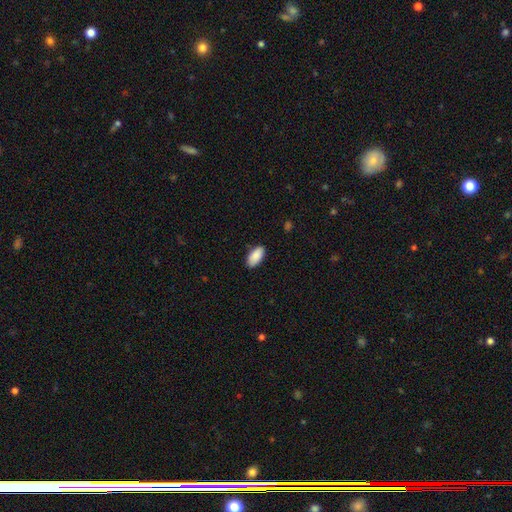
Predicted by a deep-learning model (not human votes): Morphology: type=smooth (90%); roundness=in between (94%); merging=none (86%).